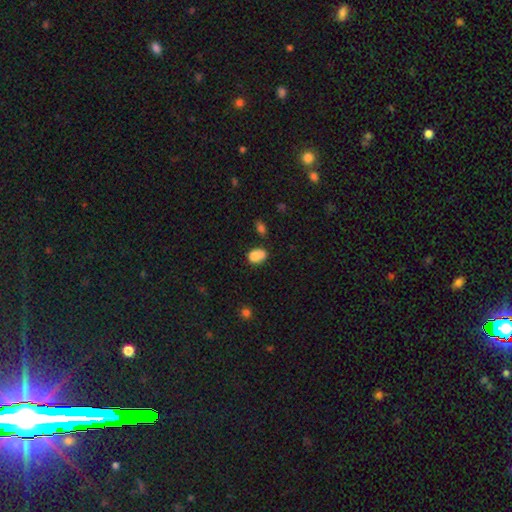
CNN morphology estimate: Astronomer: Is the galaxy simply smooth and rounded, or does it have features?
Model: smooth — 78%.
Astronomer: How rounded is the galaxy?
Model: in between — 65%.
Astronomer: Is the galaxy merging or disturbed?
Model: none — 37% (runner-up: merger, 35%).